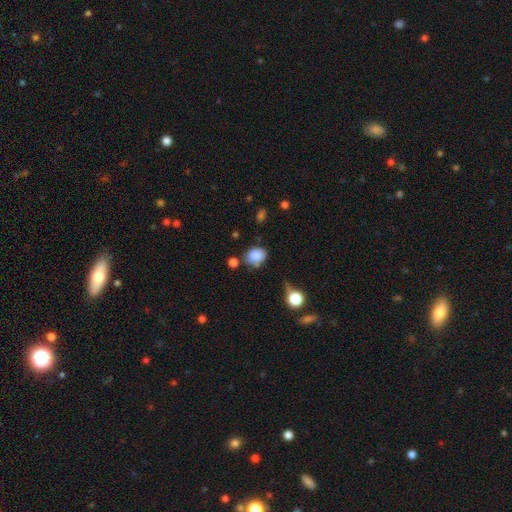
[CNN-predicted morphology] Overall: smooth (84%). How rounded: round (51%; in between 48%). Merging: none (61%; minor disturbance 22%).